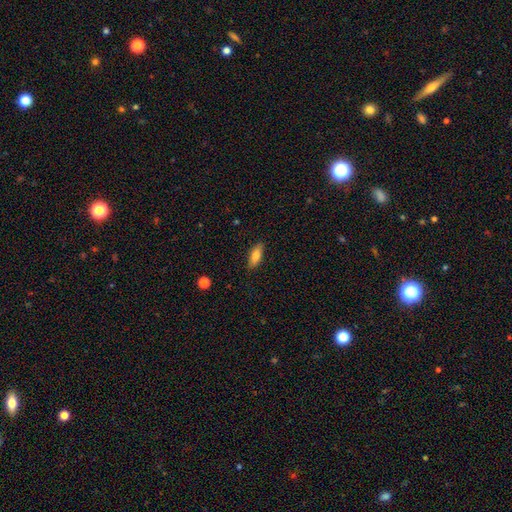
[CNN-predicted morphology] This is clearly a smooth galaxy (82%). How rounded: likely in between (70%). Merging: clearly none (86%).